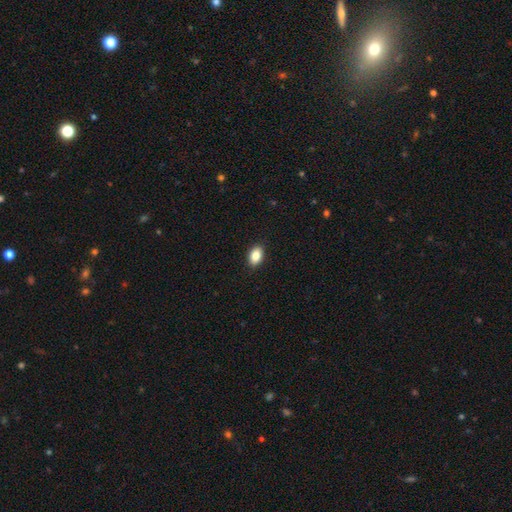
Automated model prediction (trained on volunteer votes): Smooth or featured?
  - smooth: 86% *
  - star or artifact: 8%
  - featured or disk: 6%
How rounded?
  - in between: 85% *
  - round: 13%
  - cigar-shaped: 2%
Merging?
  - none: 89% *
  - minor disturbance: 8%
  - major disturbance: 2%
  - merger: 1%